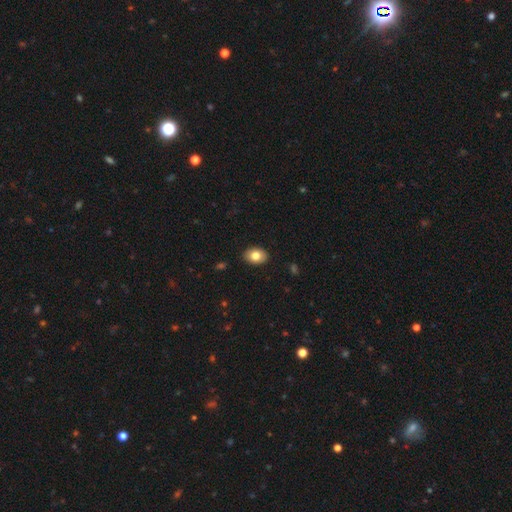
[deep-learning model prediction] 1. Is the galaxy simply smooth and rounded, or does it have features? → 80% smooth, 12% featured or disk, 8% star or artifact.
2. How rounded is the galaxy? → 78% in between, 21% round, 1% cigar-shaped.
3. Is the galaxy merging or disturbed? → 89% none, 8% minor disturbance, 2% major disturbance, 1% merger.